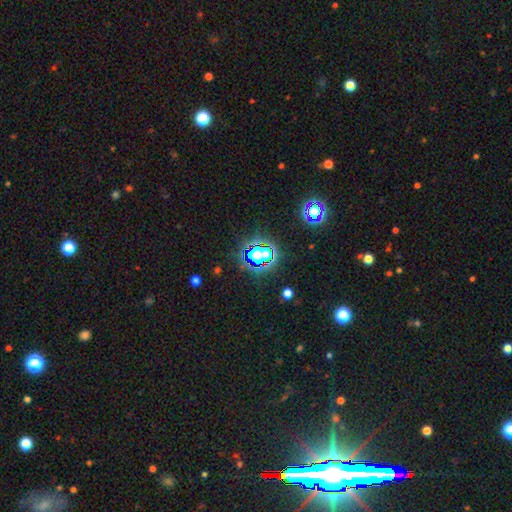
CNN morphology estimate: smooth-or-featured: star or artifact: 63% | smooth: 26% | featured or disk: 11%